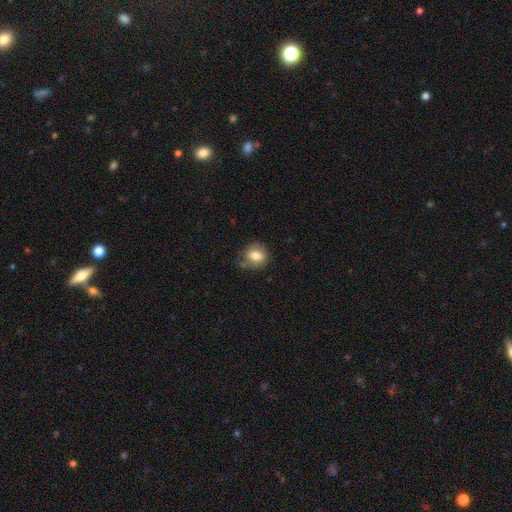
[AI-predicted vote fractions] This is likely a smooth galaxy (79%). How rounded: likely round (70%). Merging: likely none (71%).